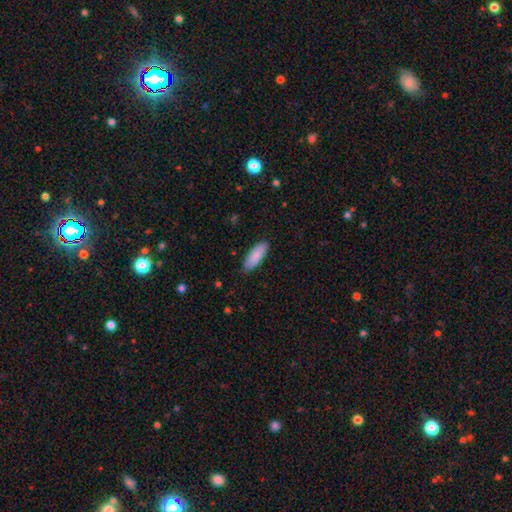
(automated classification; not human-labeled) This appears to be a smooth galaxy with no disk features (87%) that is in between round and cigar-shaped (71%). Merging: none (88%).